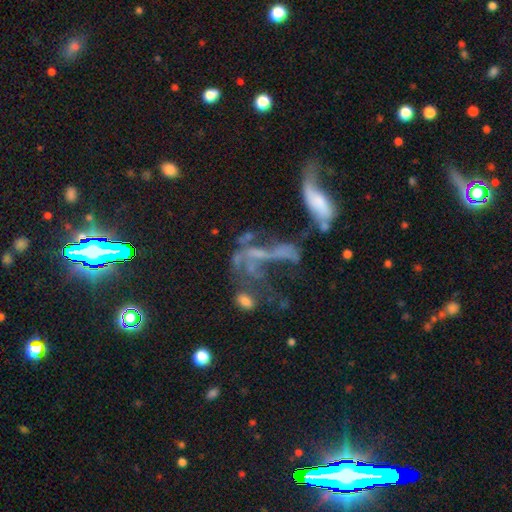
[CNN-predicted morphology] Smooth or featured? featured or disk (53%)
Edge-on disk? no (88%)
Merging? merger (47%)